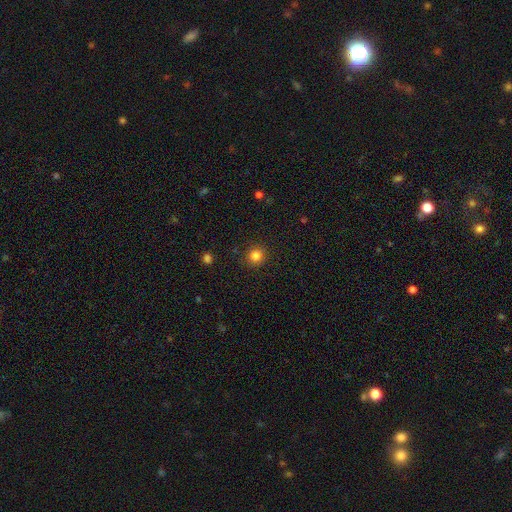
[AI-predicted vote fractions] Smooth or featured? Predicted: smooth (p=0.83). How rounded? Predicted: round (p=0.93). Merging? Predicted: none (p=0.91).